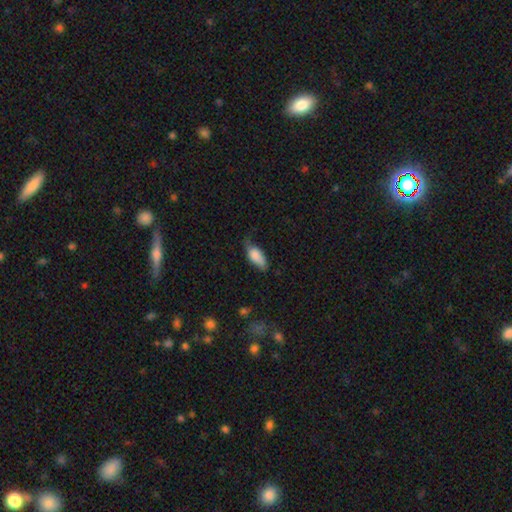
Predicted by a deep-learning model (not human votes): This appears to be a smooth galaxy with no disk features (83%) that is in between round and cigar-shaped (86%). Merging: none (46%).